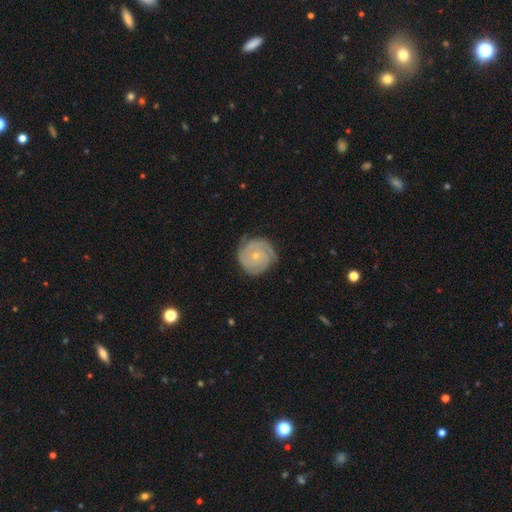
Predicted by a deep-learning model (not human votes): A featured or disk galaxy (87%) with no bar (80%), 3 (43%) tight (80%) spiral arms (98%) and a small central bulge (72%). Merging: none (81%).